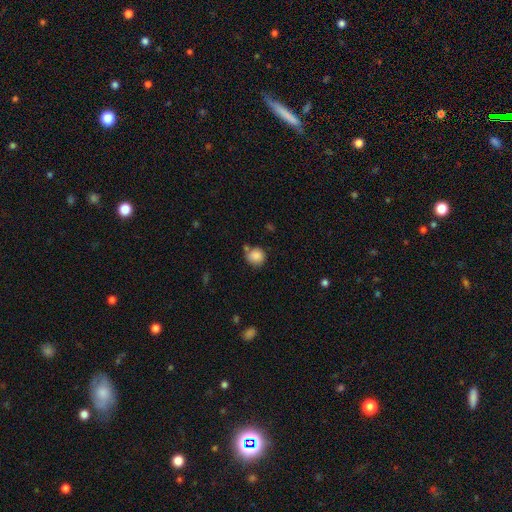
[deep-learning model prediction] Morphology: type=smooth (87%); roundness=round (88%); merging=none (69%).